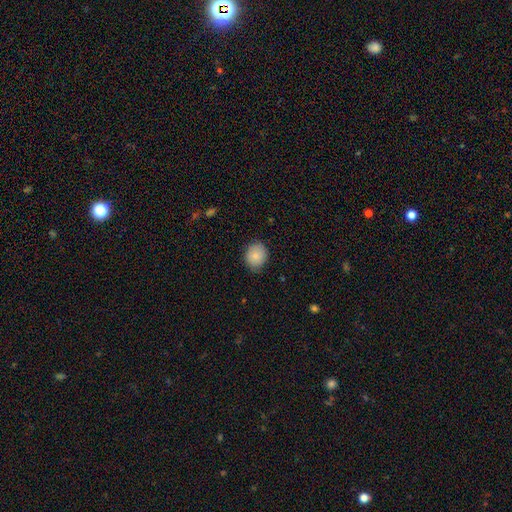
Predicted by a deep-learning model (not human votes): Smooth or featured?
  - smooth: 84% *
  - featured or disk: 8%
  - star or artifact: 8%
How rounded?
  - round: 73% *
  - in between: 27%
  - cigar-shaped: 1%
Merging?
  - none: 79% *
  - minor disturbance: 17%
  - major disturbance: 3%
  - merger: 1%